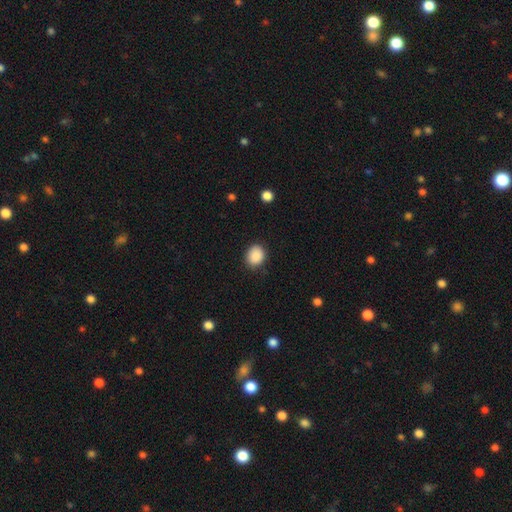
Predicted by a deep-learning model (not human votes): Smooth or featured?
  - smooth: 89% *
  - star or artifact: 8%
  - featured or disk: 3%
How rounded?
  - round: 57% *
  - in between: 42%
  - cigar-shaped: 1%
Merging?
  - none: 87% *
  - minor disturbance: 10%
  - major disturbance: 3%
  - merger: 1%